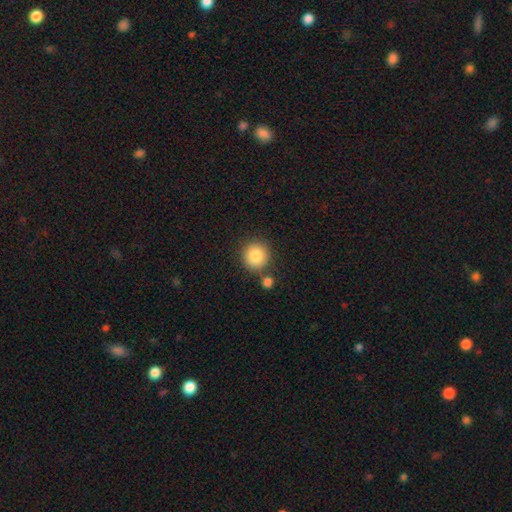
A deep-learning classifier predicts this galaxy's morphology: Smooth or featured? smooth (84%)
How rounded? round (93%)
Merging? none (75%)